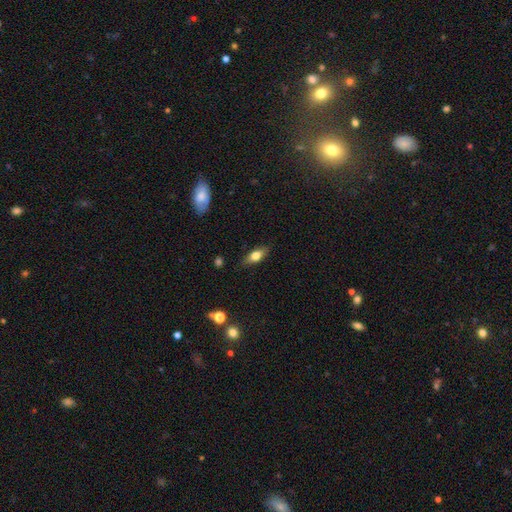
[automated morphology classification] Smooth or featured? smooth (69%)
How rounded? in between (73%)
Merging? none (83%)